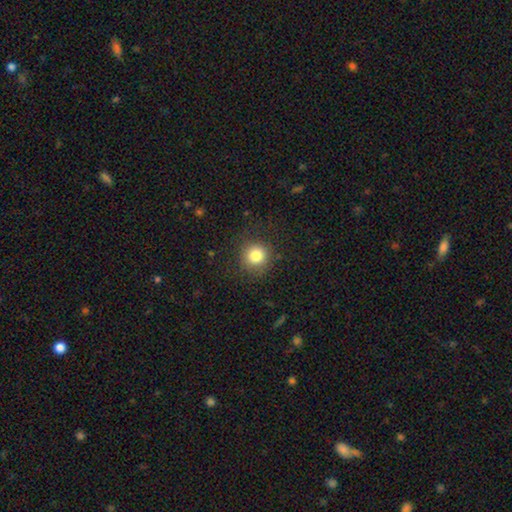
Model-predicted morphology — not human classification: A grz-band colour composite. It shows a smooth galaxy with no disk features (82%) that is round (92%). Merging: none (86%).